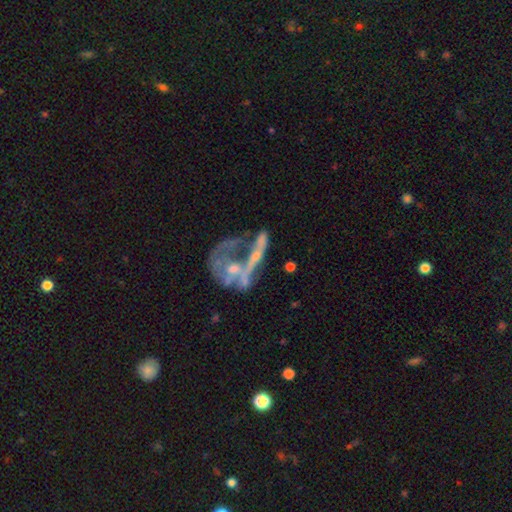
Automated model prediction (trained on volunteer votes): Smooth or featured? Predicted: featured or disk (p=0.61). Edge-on disk? Predicted: no (p=0.85). Bar? Predicted: no (p=0.82). Spiral arms? Predicted: no (p=0.79). Bulge size? Predicted: none (p=0.33). Merging? Predicted: merger (p=0.41).